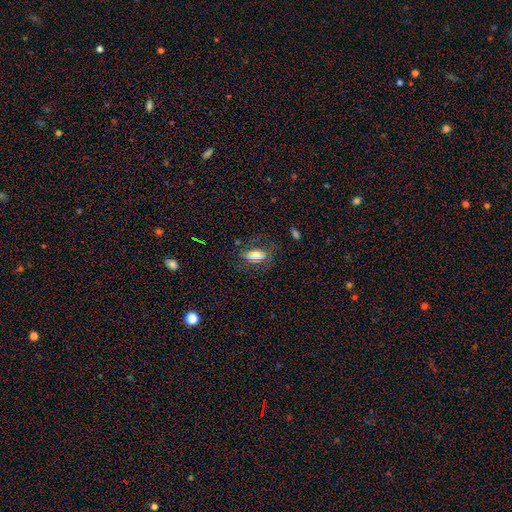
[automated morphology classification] Smooth or featured? smooth (49%)
Merging? none (75%)